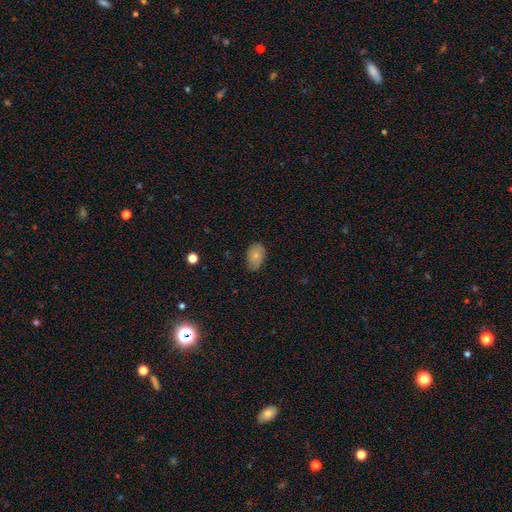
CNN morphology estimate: Smooth or featured: smooth — 76% (featured or disk — 16%)
How rounded: in between — 85% (round — 14%)
Merging: none — 69% (minor disturbance — 26%)